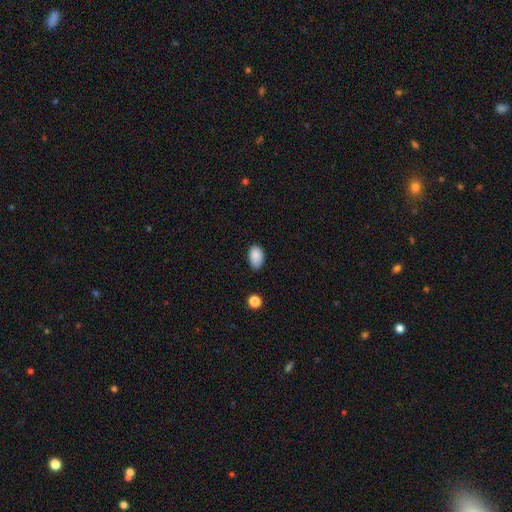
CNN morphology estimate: Q: Smooth or featured?
A: smooth (88%); runner-up: star or artifact (8%)
Q: How rounded?
A: in between (90%); runner-up: round (8%)
Q: Merging?
A: none (72%); runner-up: minor disturbance (23%)